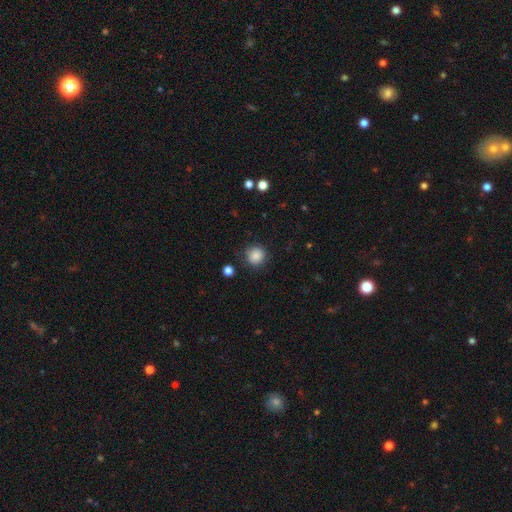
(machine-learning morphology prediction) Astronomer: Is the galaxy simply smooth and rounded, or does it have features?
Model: smooth — 86%.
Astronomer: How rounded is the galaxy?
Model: round — 92%.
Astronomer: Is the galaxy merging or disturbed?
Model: none — 86%.